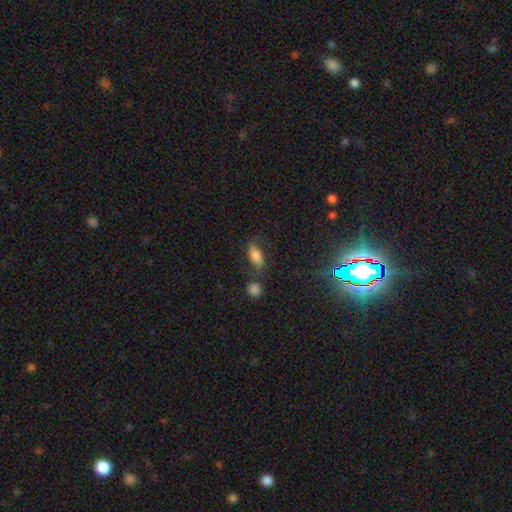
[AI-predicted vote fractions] smooth-or-featured: smooth: 67% | featured or disk: 22% | star or artifact: 11%
  how-rounded: in between: 83% | cigar-shaped: 10% | round: 7%
  merging: none: 58% | minor disturbance: 23% | major disturbance: 11% | merger: 8%